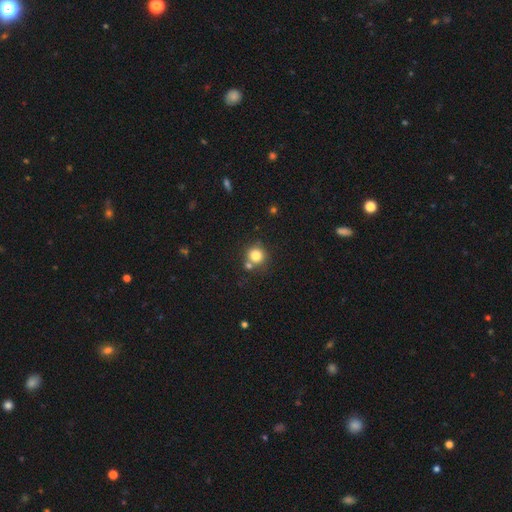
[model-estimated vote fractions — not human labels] smooth_or_featured: smooth (p=0.80) [alt: star or artifact p=0.12]
how_rounded: round (p=0.92) [alt: in between p=0.07]
merging: none (p=0.68) [alt: merger p=0.20]